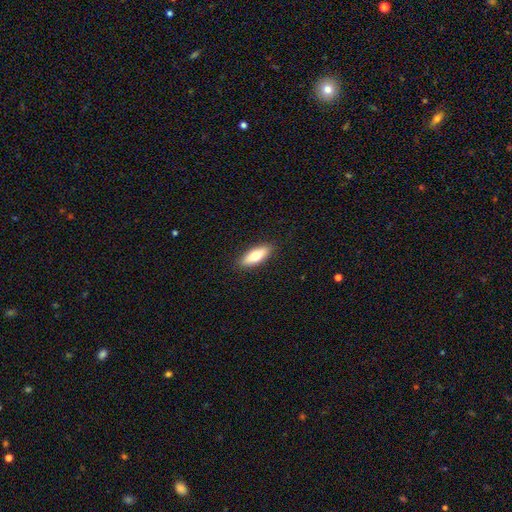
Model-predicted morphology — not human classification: Overall: smooth (69%). How rounded: in between (65%; cigar-shaped 33%). Merging: none (90%).